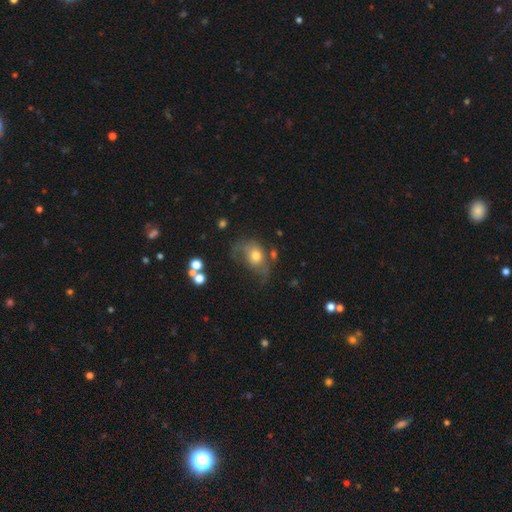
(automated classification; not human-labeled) A smooth galaxy with no disk features (58%) that is in between round and cigar-shaped (62%). Merging: major disturbance (36%).